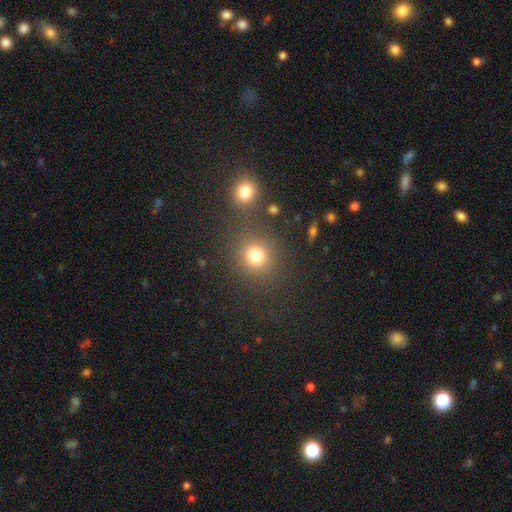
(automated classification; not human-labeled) A smooth galaxy with no disk features (77%) that is round (87%). Merging: none (77%).